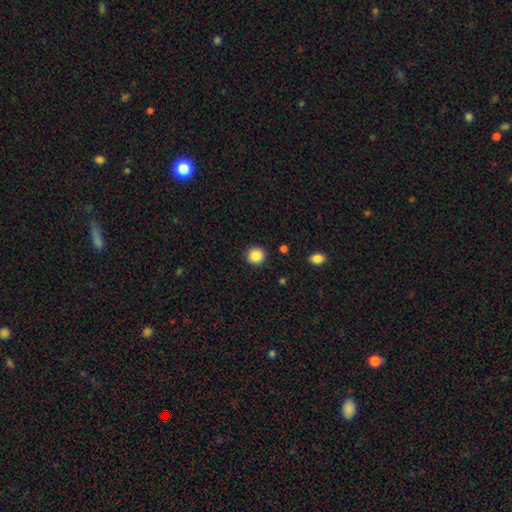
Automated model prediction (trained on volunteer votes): Morphology: type=smooth (87%); roundness=round (92%); merging=none (91%).